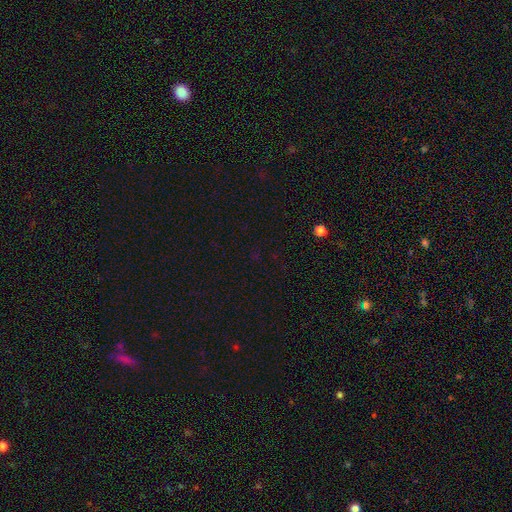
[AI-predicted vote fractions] Smooth or featured?
  - star or artifact: 70% *
  - smooth: 23%
  - featured or disk: 7%